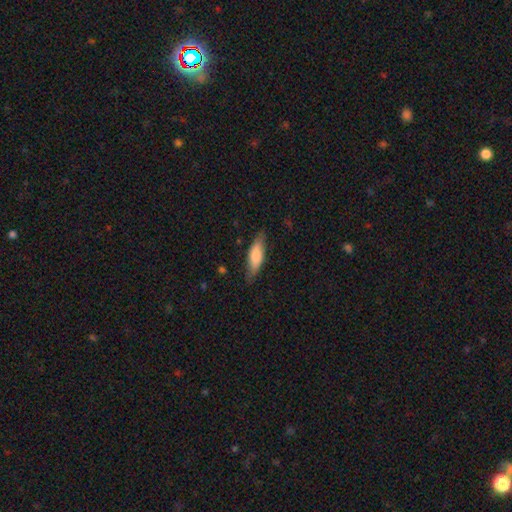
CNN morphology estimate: Smooth or featured? Predicted: smooth (p=0.76). How rounded? Predicted: in between (p=0.54). Merging? Predicted: none (p=0.76).